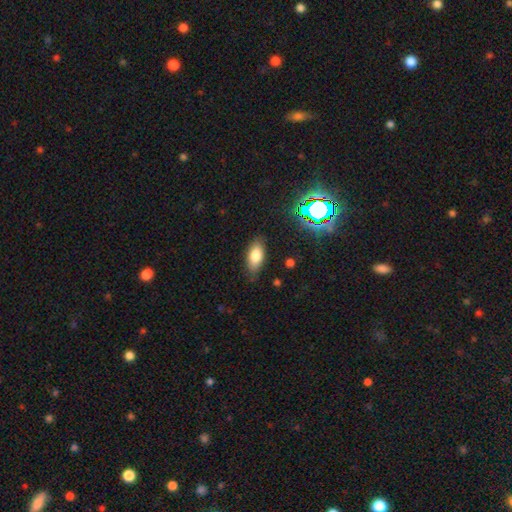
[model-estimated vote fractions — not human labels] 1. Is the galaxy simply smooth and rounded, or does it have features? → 79% smooth, 11% featured or disk, 11% star or artifact.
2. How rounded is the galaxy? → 88% in between, 9% cigar-shaped, 4% round.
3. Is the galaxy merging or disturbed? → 81% none, 14% minor disturbance, 3% major disturbance, 1% merger.